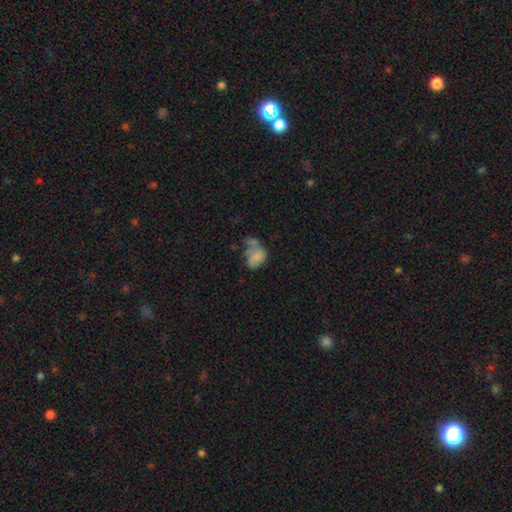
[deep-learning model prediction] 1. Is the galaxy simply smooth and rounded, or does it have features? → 64% smooth, 25% featured or disk, 11% star or artifact.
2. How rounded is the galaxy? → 73% in between, 26% round, 1% cigar-shaped.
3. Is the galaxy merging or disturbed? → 28% major disturbance, 25% merger, 24% none, 23% minor disturbance.